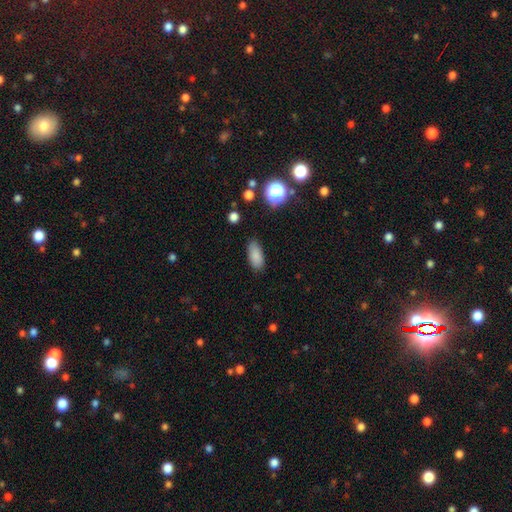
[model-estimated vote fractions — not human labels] A smooth galaxy with no disk features (85%) that is in between round and cigar-shaped (86%). Merging: none (84%).